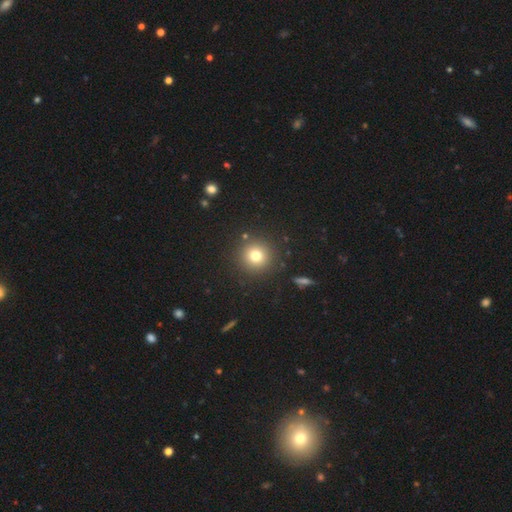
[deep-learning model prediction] A smooth galaxy with no disk features (76%) that is round (95%).

Vote fractions:
- Smooth or featured? smooth: 76% / star or artifact: 15% / featured or disk: 9%
- How rounded? round: 95% / in between: 5% / cigar-shaped: 1%
- Merging? none: 89% / minor disturbance: 6% / major disturbance: 2% / merger: 2%